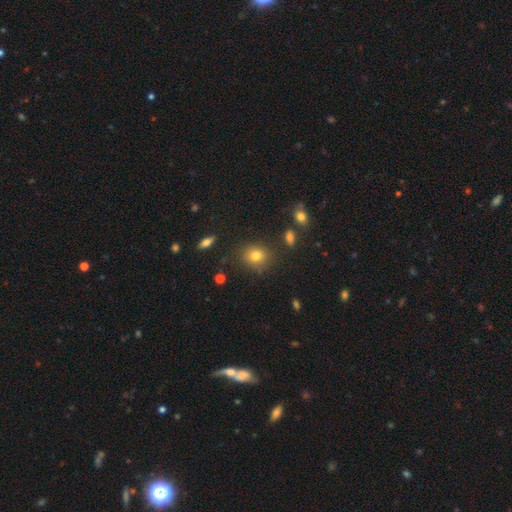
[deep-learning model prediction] The model was most divided on "how rounded": round: 74%, in between: 25%, cigar-shaped: 1%. More confident: merging — none (82%); smooth or featured — smooth (79%).